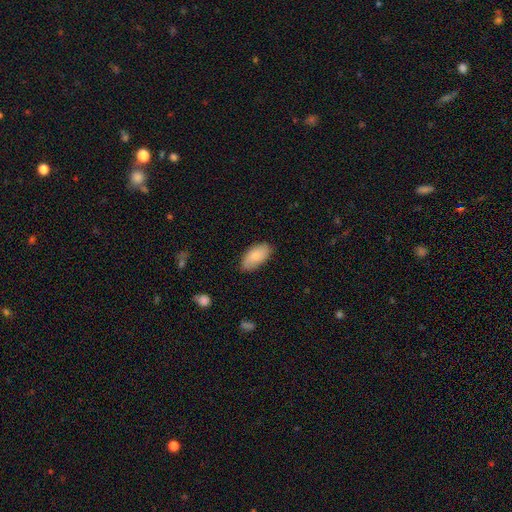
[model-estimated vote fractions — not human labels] The model was most divided on "merging": none: 81%, minor disturbance: 15%, major disturbance: 3%, merger: 1%. More confident: how rounded — in between (94%); smooth or featured — smooth (83%).